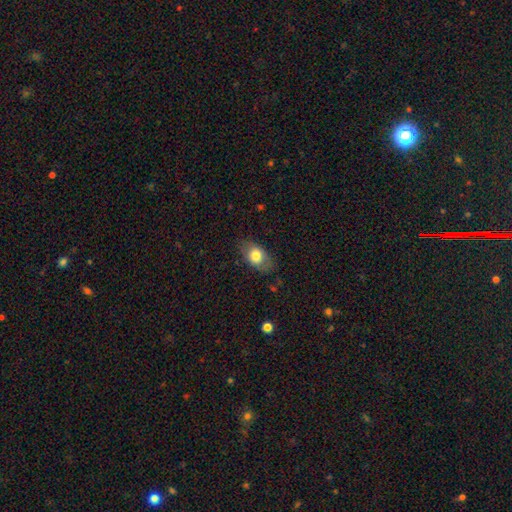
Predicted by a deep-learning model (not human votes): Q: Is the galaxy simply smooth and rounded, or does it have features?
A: smooth — 73%.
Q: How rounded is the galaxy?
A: in between — 85%.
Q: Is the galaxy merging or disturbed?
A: none — 76%.